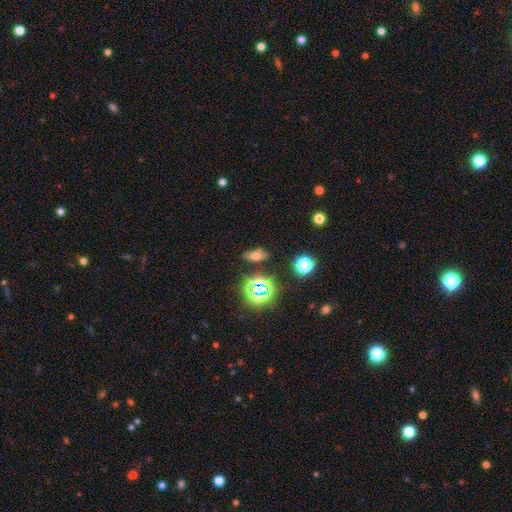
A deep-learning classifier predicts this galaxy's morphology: smooth-or-featured: smooth: 54% | star or artifact: 29% | featured or disk: 16%
  how-rounded: in between: 73% | cigar-shaped: 15% | round: 12%
  merging: none: 75% | minor disturbance: 15% | major disturbance: 5% | merger: 4%